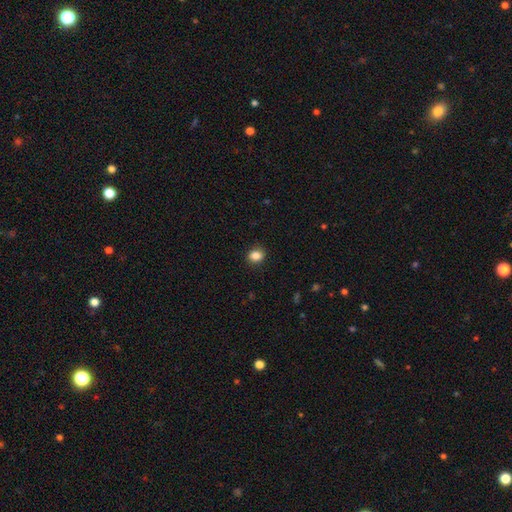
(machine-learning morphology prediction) smooth 86%, star or artifact 10%, featured or disk 4%. Down the decision tree: how rounded — round (61%); merging — none (89%).